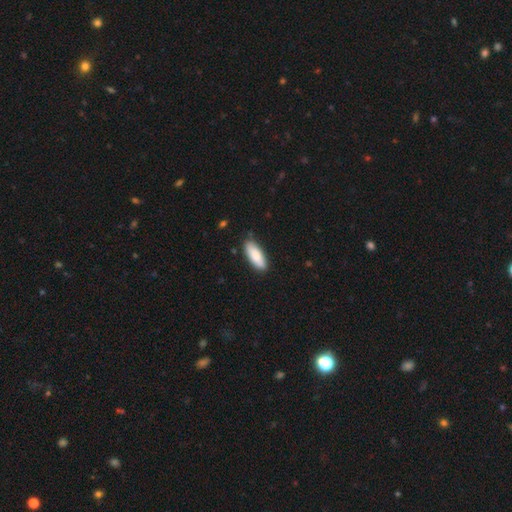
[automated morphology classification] Overall: smooth (86%). How rounded: in between (68%; cigar-shaped 31%). Merging: none (86%).